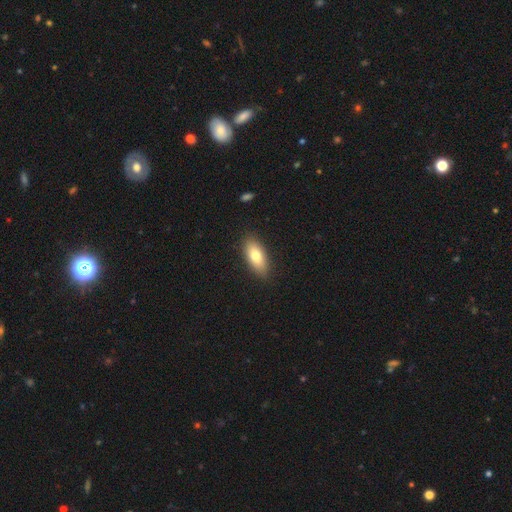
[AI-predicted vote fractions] Smooth or featured: smooth — 77% (featured or disk — 16%)
How rounded: in between — 83% (cigar-shaped — 14%)
Merging: none — 87% (minor disturbance — 9%)